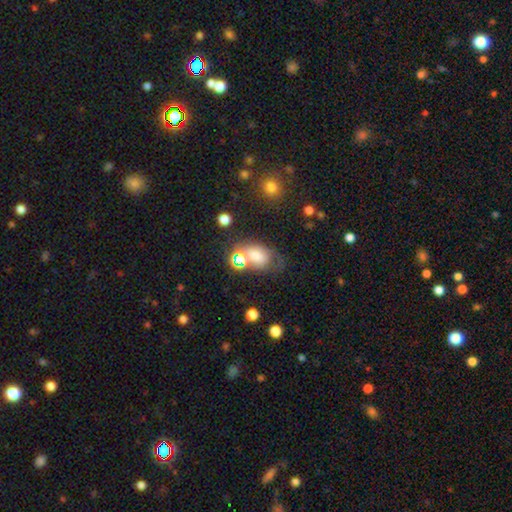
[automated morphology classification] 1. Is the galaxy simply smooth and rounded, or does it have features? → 60% smooth, 21% featured or disk, 18% star or artifact.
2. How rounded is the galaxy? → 72% in between, 26% round, 1% cigar-shaped.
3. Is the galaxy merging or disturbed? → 36% none, 24% merger, 21% minor disturbance, 19% major disturbance.